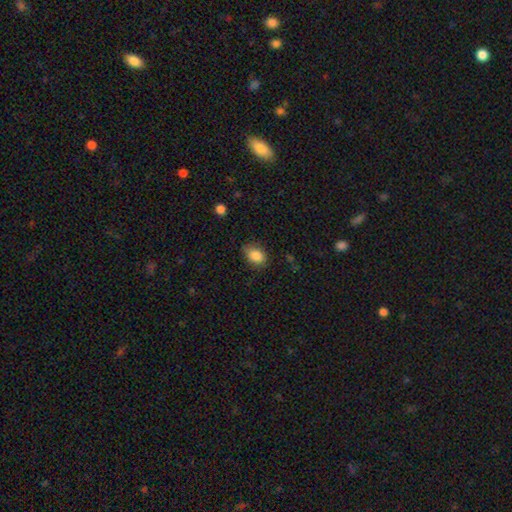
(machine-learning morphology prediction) Smooth or featured?
  - smooth: 87% *
  - star or artifact: 8%
  - featured or disk: 5%
How rounded?
  - in between: 73% *
  - round: 25%
  - cigar-shaped: 1%
Merging?
  - none: 71% *
  - minor disturbance: 23%
  - major disturbance: 5%
  - merger: 1%